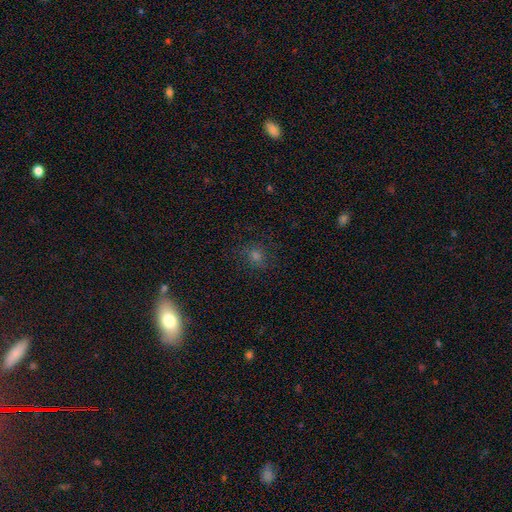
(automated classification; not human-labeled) A smooth galaxy with no disk features (55%) that is round (77%).

Vote fractions:
- Smooth or featured? smooth: 55% / star or artifact: 30% / featured or disk: 15%
- How rounded? round: 77% / in between: 21% / cigar-shaped: 2%
- Merging? none: 82% / minor disturbance: 11% / major disturbance: 5% / merger: 2%